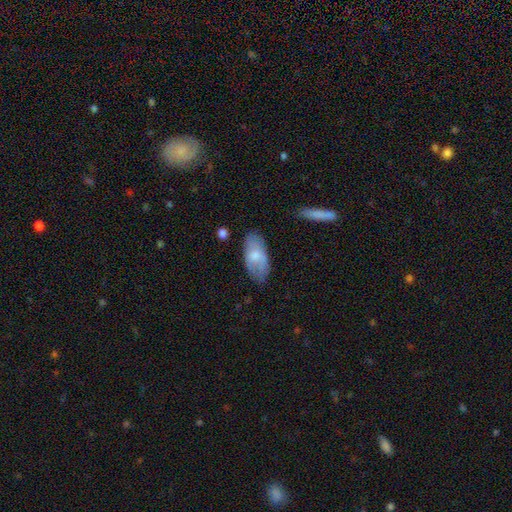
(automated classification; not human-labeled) smooth 66%, featured or disk 28%, star or artifact 6%. Down the decision tree: how rounded — in between (92%); merging — none (71%).